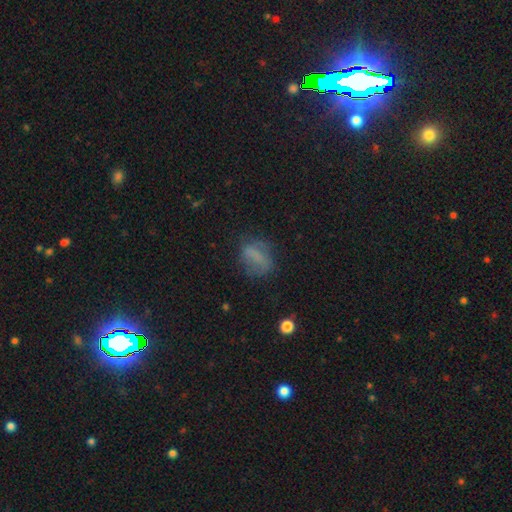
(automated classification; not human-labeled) This appears to be a smooth galaxy with no disk features (61%) that is in between round and cigar-shaped (66%). Merging: none (61%).